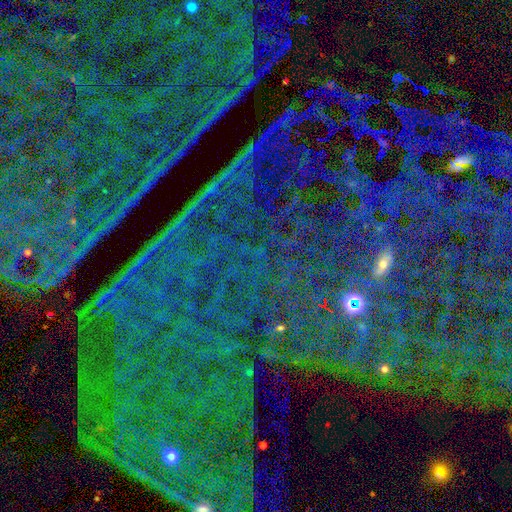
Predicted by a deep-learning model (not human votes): The model was most divided on "smooth or featured": star or artifact: 86%, featured or disk: 8%, smooth: 7%.